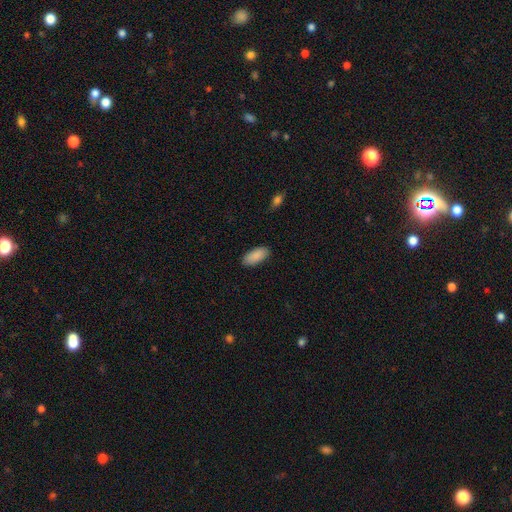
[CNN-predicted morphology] A smooth galaxy with no disk features (90%) that is in between round and cigar-shaped (91%).

Vote fractions:
- Smooth or featured? smooth: 90% / star or artifact: 6% / featured or disk: 4%
- How rounded? in between: 91% / cigar-shaped: 8% / round: 2%
- Merging? none: 87% / minor disturbance: 10% / major disturbance: 2% / merger: 1%